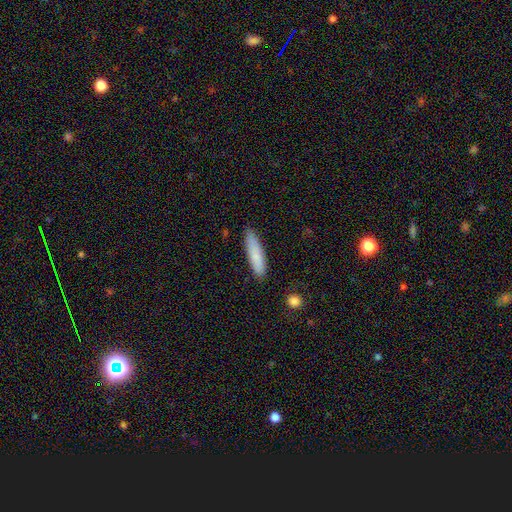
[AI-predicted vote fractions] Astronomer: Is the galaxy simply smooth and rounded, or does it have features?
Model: smooth — 80%.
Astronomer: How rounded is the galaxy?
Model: cigar-shaped — 78%.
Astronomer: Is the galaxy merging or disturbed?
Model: none — 83%.